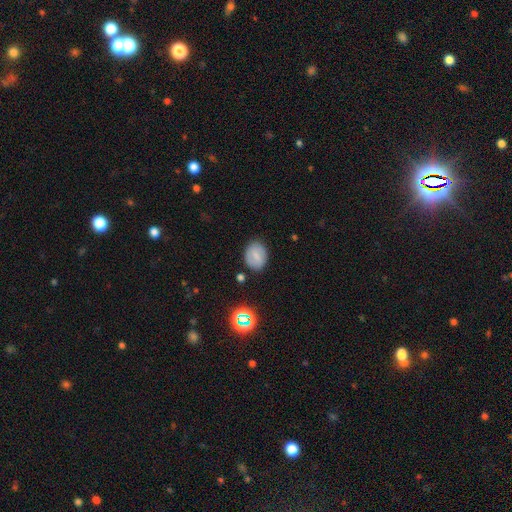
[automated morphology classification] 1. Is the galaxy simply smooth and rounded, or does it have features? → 63% smooth, 26% featured or disk, 12% star or artifact.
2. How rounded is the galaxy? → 57% in between, 42% round, 1% cigar-shaped.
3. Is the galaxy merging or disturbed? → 82% none, 13% minor disturbance, 3% major disturbance, 2% merger.